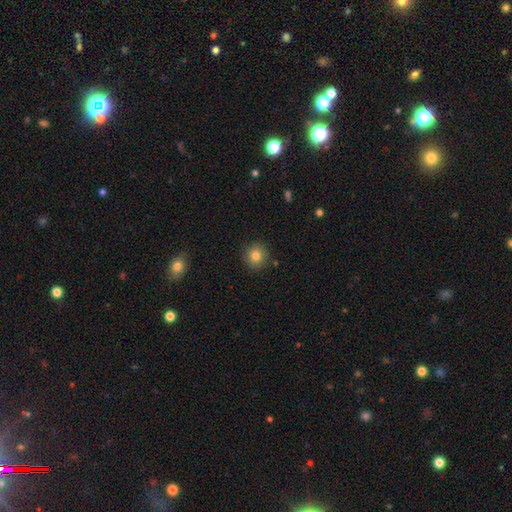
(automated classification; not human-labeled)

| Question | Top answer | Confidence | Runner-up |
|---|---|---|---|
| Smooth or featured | smooth | 81% | star or artifact (11%) |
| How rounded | round | 90% | in between (9%) |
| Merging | none | 88% | minor disturbance (8%) |